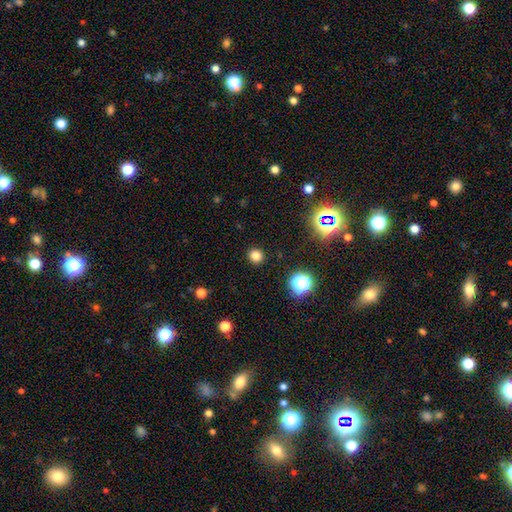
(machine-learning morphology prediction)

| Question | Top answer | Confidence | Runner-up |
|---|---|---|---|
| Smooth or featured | smooth | 79% | star or artifact (17%) |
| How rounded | round | 90% | in between (9%) |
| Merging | none | 92% | minor disturbance (5%) |